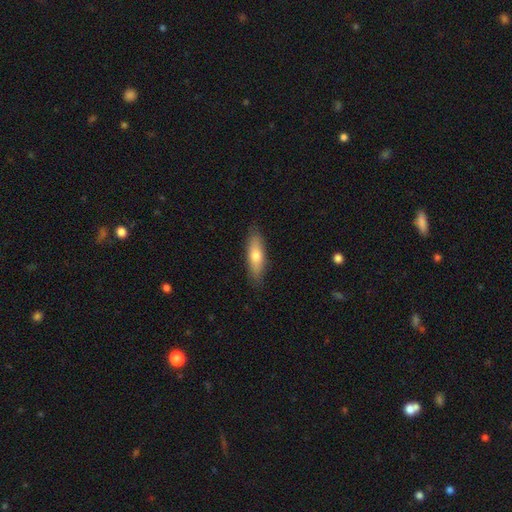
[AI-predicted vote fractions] Overall: smooth (69%). How rounded: cigar-shaped (55%; in between 43%). Merging: none (85%).